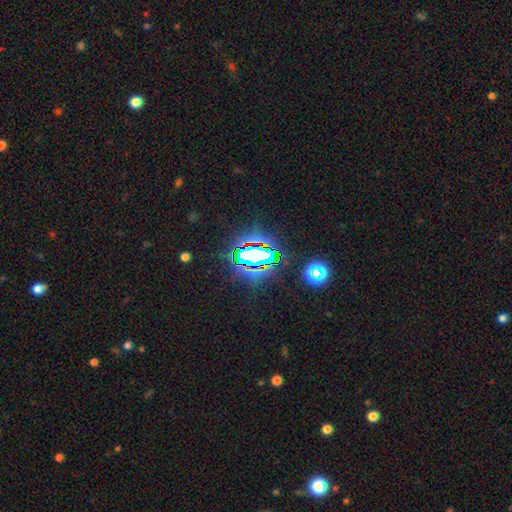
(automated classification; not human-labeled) This is likely a star or artifact rather than a galaxy (71%).